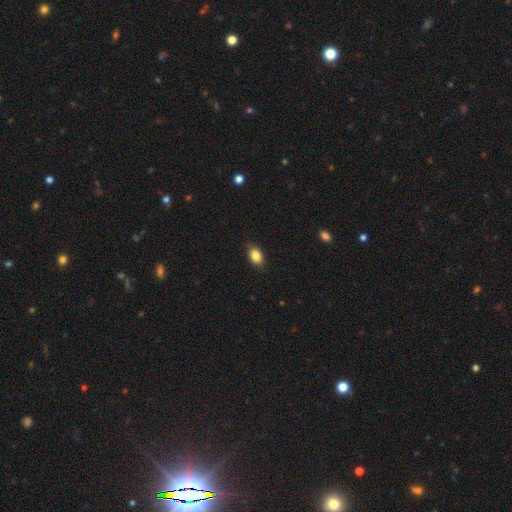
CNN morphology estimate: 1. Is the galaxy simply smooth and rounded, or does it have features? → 86% smooth, 8% star or artifact, 6% featured or disk.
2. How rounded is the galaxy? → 83% in between, 15% round, 2% cigar-shaped.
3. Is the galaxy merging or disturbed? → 84% none, 13% minor disturbance, 2% major disturbance, 1% merger.